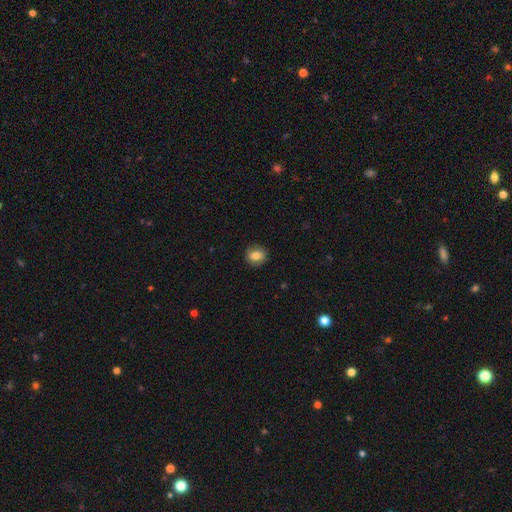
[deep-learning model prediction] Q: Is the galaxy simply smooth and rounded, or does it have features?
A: smooth — 81%.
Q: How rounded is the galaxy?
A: round — 69%.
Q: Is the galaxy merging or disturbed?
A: none — 88%.